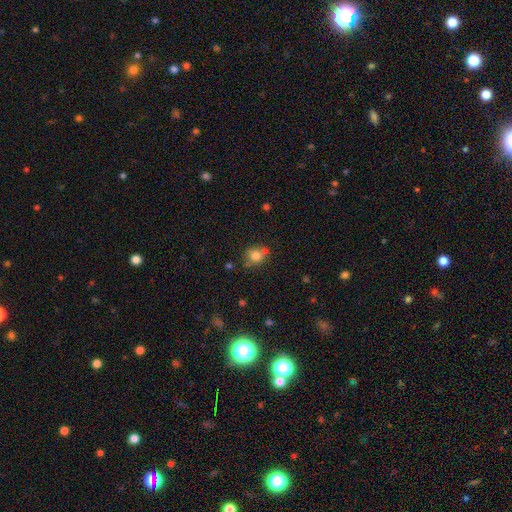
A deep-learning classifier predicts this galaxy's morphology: Q: Smooth or featured?
A: smooth (74%); runner-up: featured or disk (14%)
Q: How rounded?
A: round (66%); runner-up: in between (33%)
Q: Merging?
A: none (53%); runner-up: merger (21%)